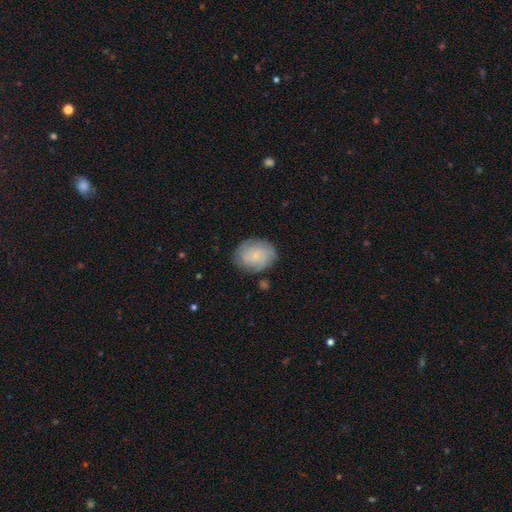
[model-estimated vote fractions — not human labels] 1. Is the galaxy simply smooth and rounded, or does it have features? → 52% featured or disk, 40% smooth, 8% star or artifact.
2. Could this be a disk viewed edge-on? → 98% no, 2% yes.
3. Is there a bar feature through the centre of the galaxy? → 76% no, 22% weak, 3% strong.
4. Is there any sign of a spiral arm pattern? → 87% yes, 13% no.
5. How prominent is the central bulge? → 69% small, 16% none, 12% moderate, 2% large, 1% dominant.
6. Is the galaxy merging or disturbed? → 77% none, 17% minor disturbance, 5% major disturbance, 2% merger.